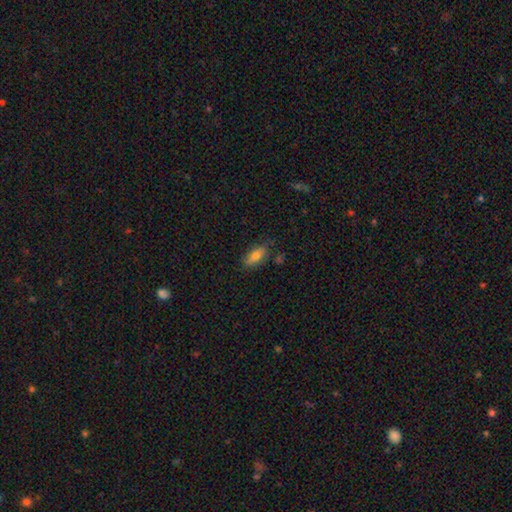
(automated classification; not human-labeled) A smooth galaxy with no disk features (78%) that is in between round and cigar-shaped (81%).

Vote fractions:
- Smooth or featured? smooth: 78% / featured or disk: 15% / star or artifact: 8%
- How rounded? in between: 81% / cigar-shaped: 16% / round: 3%
- Merging? none: 76% / minor disturbance: 17% / major disturbance: 3% / merger: 3%